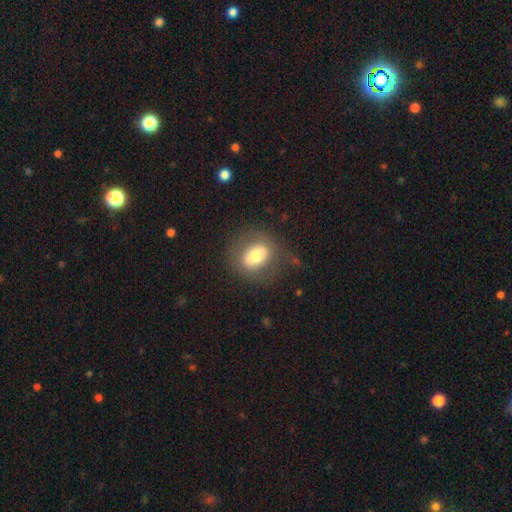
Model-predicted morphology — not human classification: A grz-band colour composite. It shows a smooth galaxy with no disk features (66%) that is round (60%). Merging: none (73%).